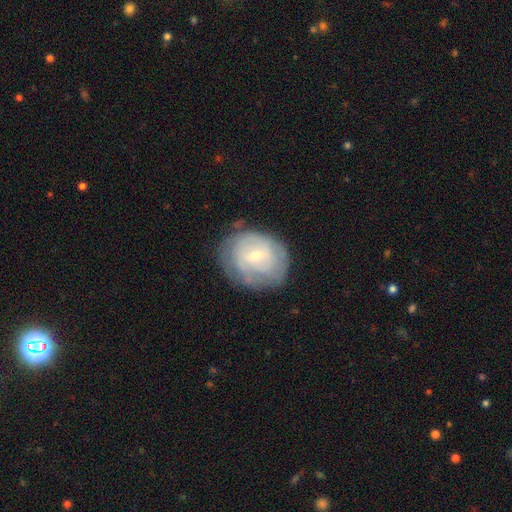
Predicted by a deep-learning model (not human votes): featured or disk 52%, smooth 40%, star or artifact 7%. Down the decision tree: edge-on disk — no (97%); bar — weak (53%); spiral arms — yes (63%); bulge size — small (53%); merging — none (67%).